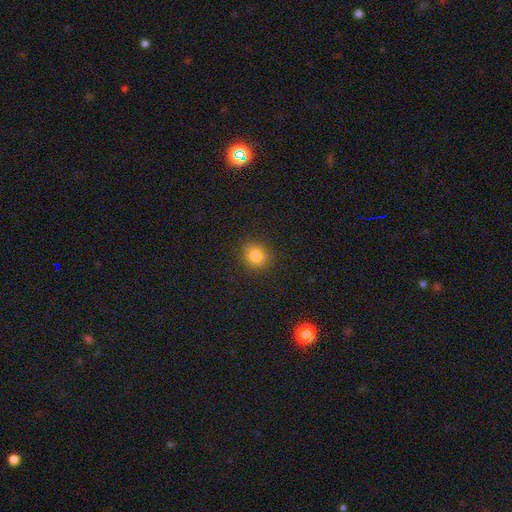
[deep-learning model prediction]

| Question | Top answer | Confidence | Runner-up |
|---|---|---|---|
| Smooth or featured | smooth | 83% | star or artifact (12%) |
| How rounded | round | 79% | in between (20%) |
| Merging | none | 88% | minor disturbance (8%) |